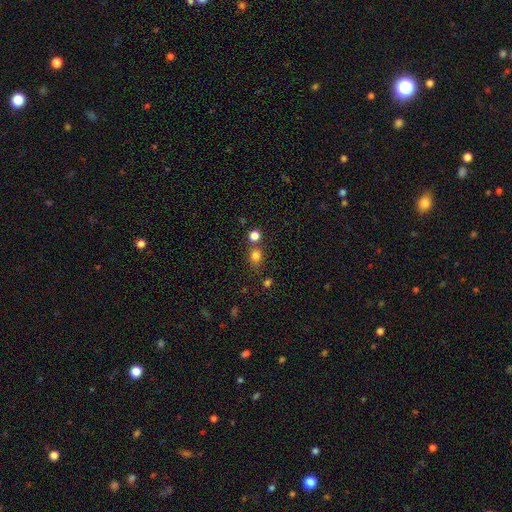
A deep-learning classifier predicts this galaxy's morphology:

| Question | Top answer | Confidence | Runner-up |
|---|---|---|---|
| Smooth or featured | smooth | 78% | star or artifact (16%) |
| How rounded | round | 70% | in between (29%) |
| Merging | none | 64% | merger (20%) |